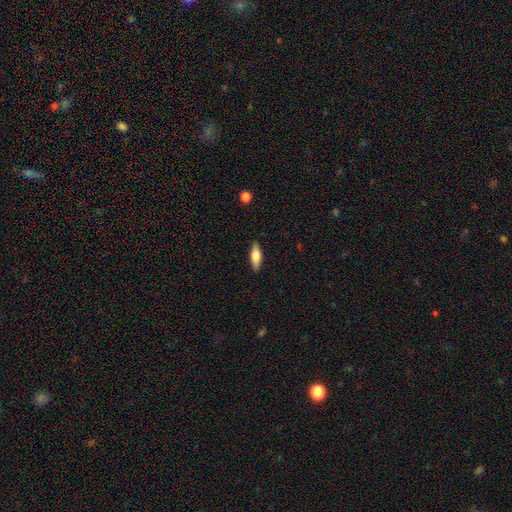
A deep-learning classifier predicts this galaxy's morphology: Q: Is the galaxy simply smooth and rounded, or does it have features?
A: smooth — 67%.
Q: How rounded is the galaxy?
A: in between — 55%.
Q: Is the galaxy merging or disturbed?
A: none — 88%.